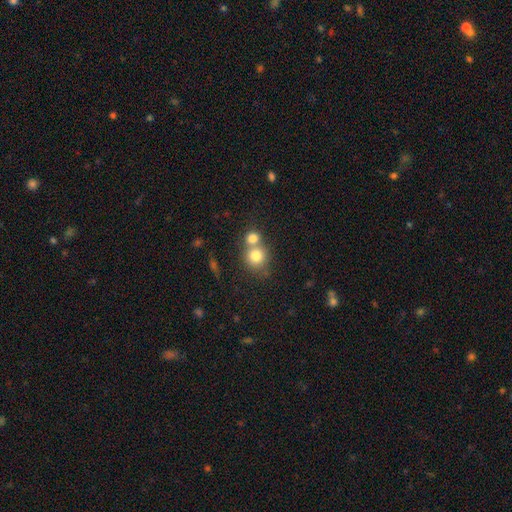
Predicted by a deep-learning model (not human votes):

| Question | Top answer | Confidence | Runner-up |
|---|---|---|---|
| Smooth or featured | smooth | 78% | featured or disk (11%) |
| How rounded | round | 85% | in between (14%) |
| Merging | merger | 52% | none (39%) |